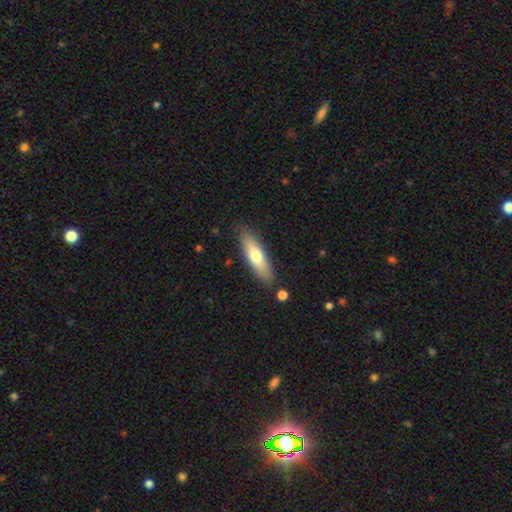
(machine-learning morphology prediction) smooth 66%, featured or disk 28%, star or artifact 6%. Down the decision tree: how rounded — cigar-shaped (57%); merging — none (85%).